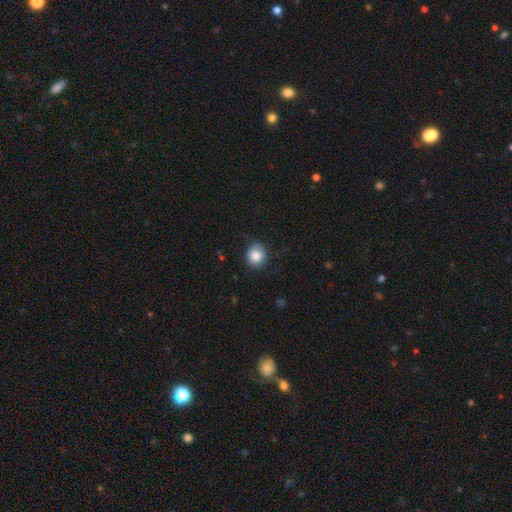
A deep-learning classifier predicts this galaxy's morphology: This is clearly a smooth galaxy (81%). How rounded: likely round (80%). Merging: likely none (74%).